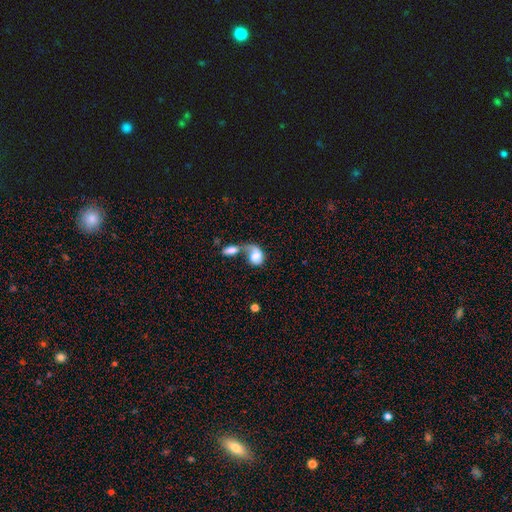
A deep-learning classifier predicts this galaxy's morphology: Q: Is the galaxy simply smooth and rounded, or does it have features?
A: smooth — 63%.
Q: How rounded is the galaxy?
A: in between — 71%.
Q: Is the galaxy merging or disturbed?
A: merger — 65%.